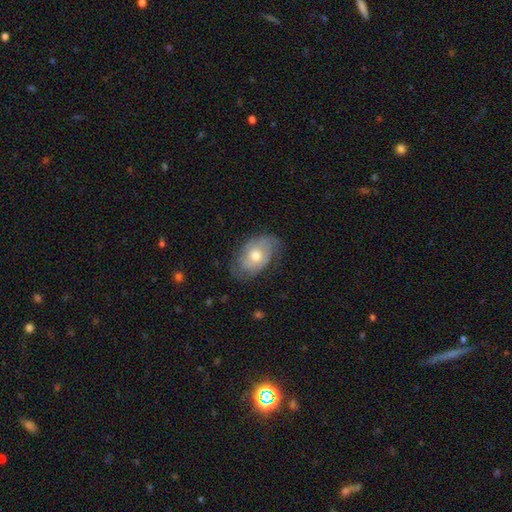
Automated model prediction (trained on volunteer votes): Smooth or featured? Predicted: featured or disk (p=0.50). Merging? Predicted: none (p=0.64).